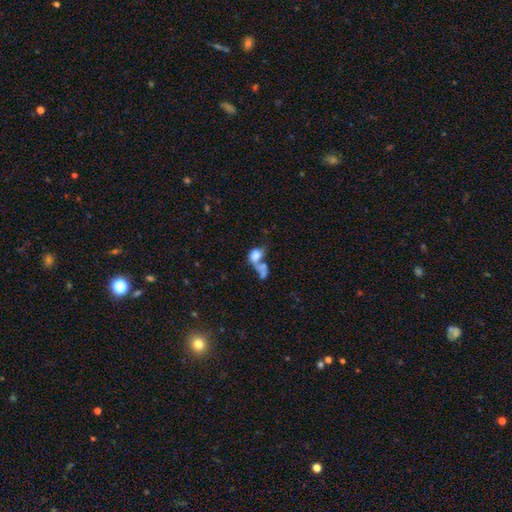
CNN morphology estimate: Overall: smooth (65%). How rounded: in between (66%; round 30%). Merging: merger (64%).